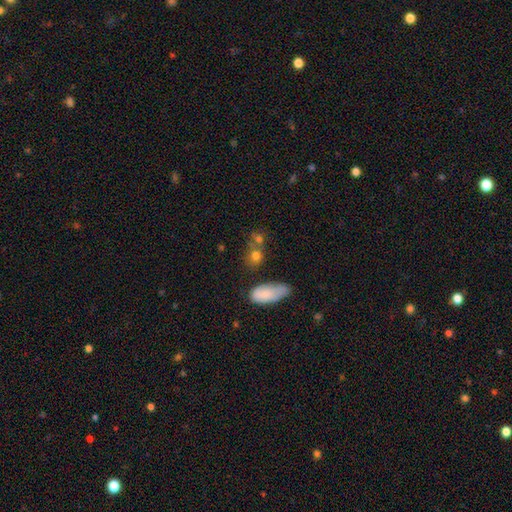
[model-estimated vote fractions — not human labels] The model was most divided on "how rounded": round: 51%, in between: 43%, cigar-shaped: 6%. Remaining: smooth or featured — smooth (77%); merging — none (47%).